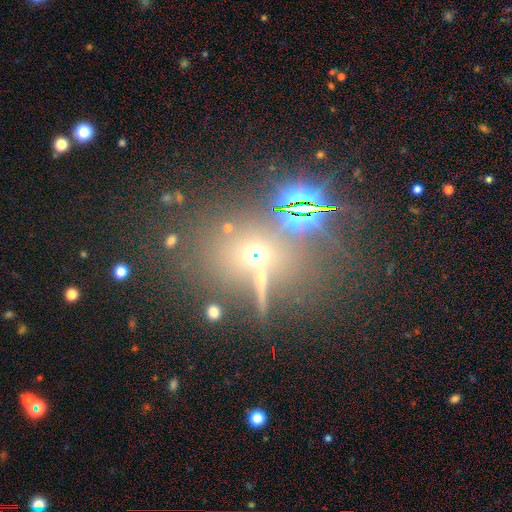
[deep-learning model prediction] The model was most divided on "smooth or featured": star or artifact: 46%, smooth: 34%, featured or disk: 20%.